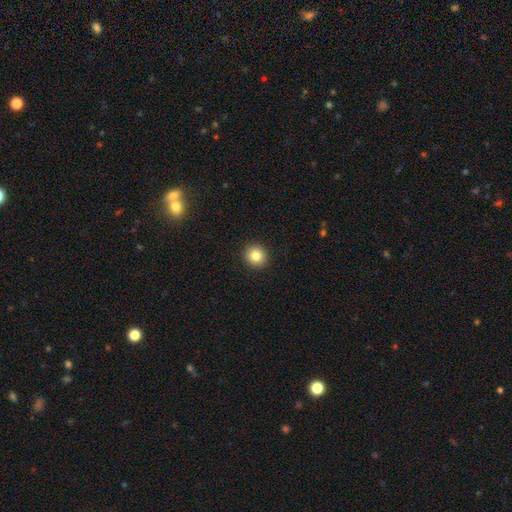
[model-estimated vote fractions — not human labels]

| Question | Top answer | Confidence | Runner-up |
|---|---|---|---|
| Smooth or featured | smooth | 83% | star or artifact (10%) |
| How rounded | round | 90% | in between (9%) |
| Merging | none | 93% | minor disturbance (5%) |